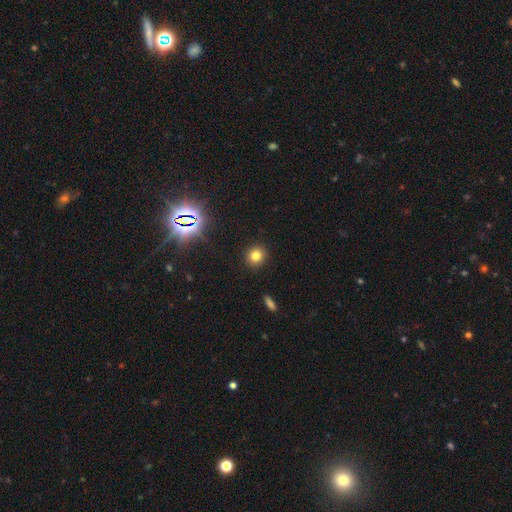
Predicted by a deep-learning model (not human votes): This is likely a smooth galaxy (77%). How rounded: clearly round (88%). Merging: clearly none (91%).